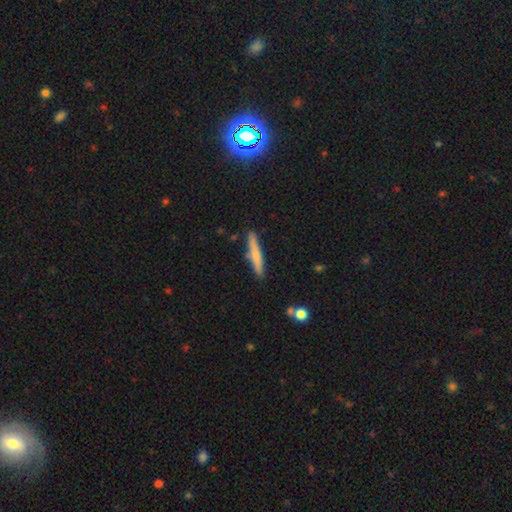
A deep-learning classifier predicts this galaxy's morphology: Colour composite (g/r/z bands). It shows a smooth galaxy with no disk features (65%) that is cigar-shaped (92%). Merging: none (84%).